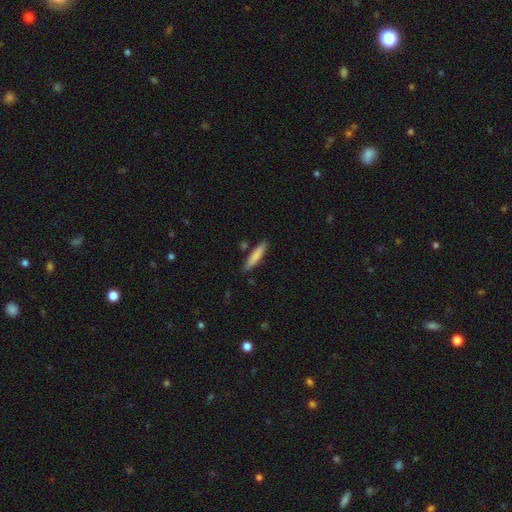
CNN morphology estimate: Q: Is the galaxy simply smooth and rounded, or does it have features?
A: smooth — 81%.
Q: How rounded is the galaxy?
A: cigar-shaped — 86%.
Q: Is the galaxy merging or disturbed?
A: none — 84%.